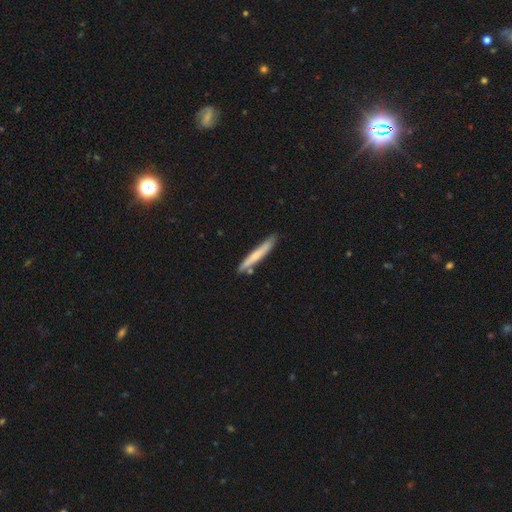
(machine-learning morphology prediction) Overall: smooth (59%; featured or disk 35%). How rounded: cigar-shaped (95%). Merging: none (79%).